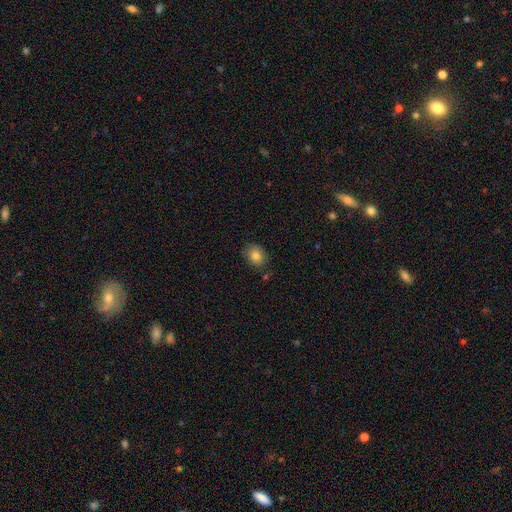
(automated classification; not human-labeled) Morphology: type=smooth (83%); roundness=round (57%); merging=none (80%).